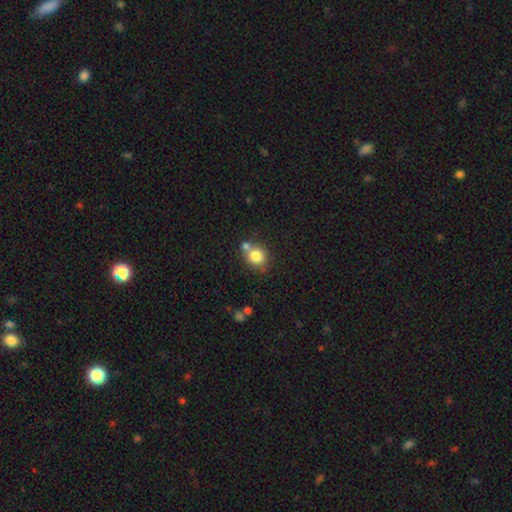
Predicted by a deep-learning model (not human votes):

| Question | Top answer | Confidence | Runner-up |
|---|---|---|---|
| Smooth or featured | smooth | 80% | star or artifact (11%) |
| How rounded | round | 80% | in between (19%) |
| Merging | none | 57% | merger (29%) |